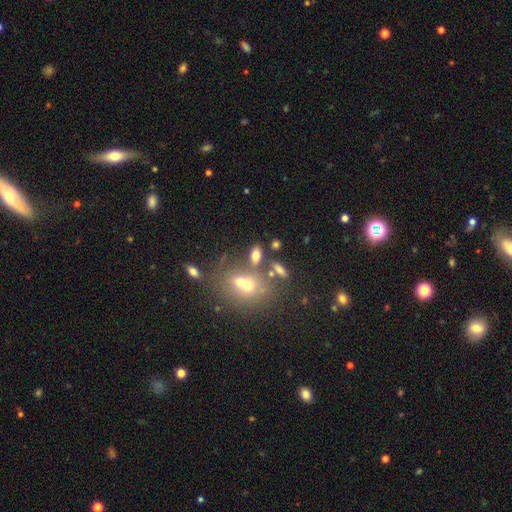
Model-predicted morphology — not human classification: Smooth or featured? Predicted: smooth (p=0.65). How rounded? Predicted: in between (p=0.76). Merging? Predicted: none (p=0.55).